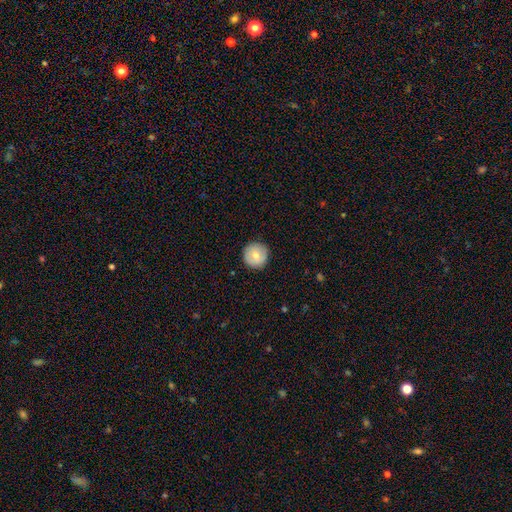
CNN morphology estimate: smooth_or_featured: smooth (p=0.72) [alt: featured or disk p=0.21]
how_rounded: round (p=0.96) [alt: in between p=0.03]
merging: none (p=0.90) [alt: minor disturbance p=0.07]